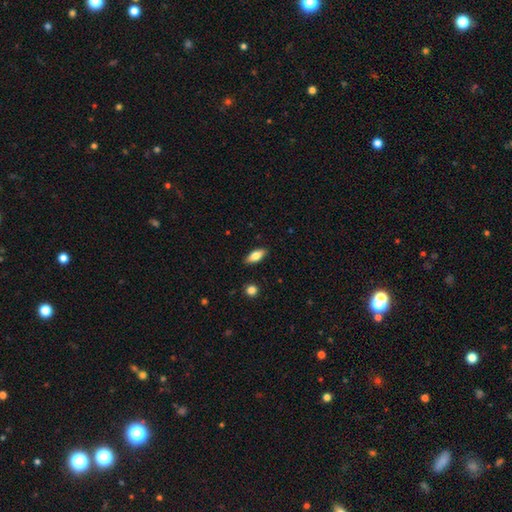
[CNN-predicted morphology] A smooth galaxy with no disk features (74%) that is in between round and cigar-shaped (80%). Merging: none (88%).